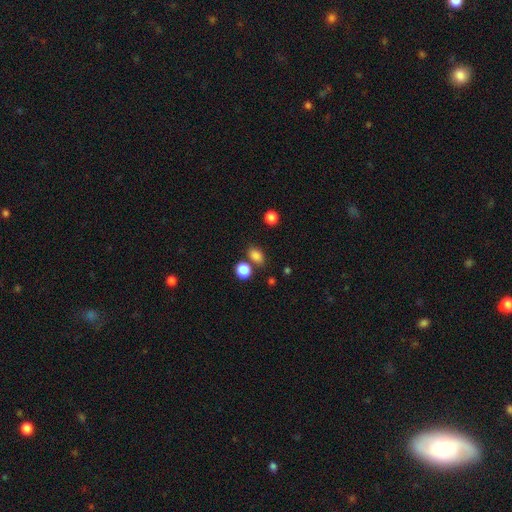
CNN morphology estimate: smooth-or-featured: smooth: 83% | star or artifact: 12% | featured or disk: 5%
  how-rounded: in between: 71% | round: 27% | cigar-shaped: 2%
  merging: none: 70% | merger: 13% | minor disturbance: 13% | major disturbance: 4%